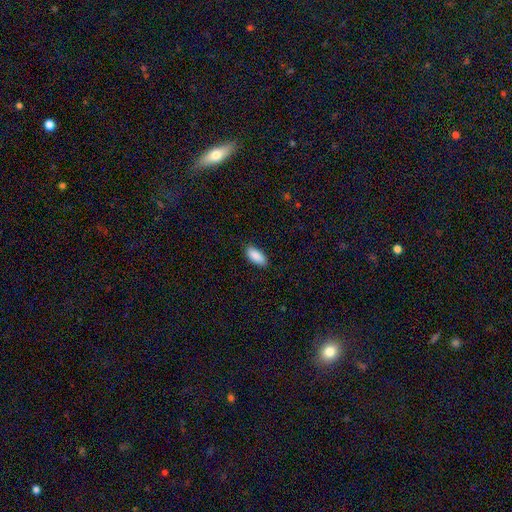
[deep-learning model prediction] smooth_or_featured: smooth (p=0.90) [alt: star or artifact p=0.06]
how_rounded: in between (p=0.87) [alt: cigar-shaped p=0.11]
merging: none (p=0.87) [alt: minor disturbance p=0.10]